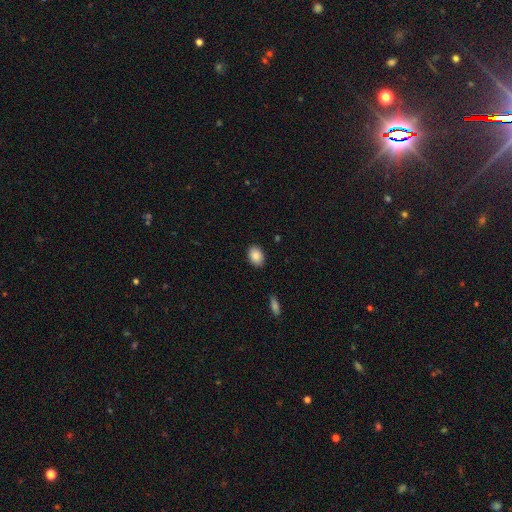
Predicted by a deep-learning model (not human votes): Q: Smooth or featured?
A: smooth (88%); runner-up: star or artifact (7%)
Q: How rounded?
A: in between (79%); runner-up: round (20%)
Q: Merging?
A: none (88%); runner-up: minor disturbance (9%)